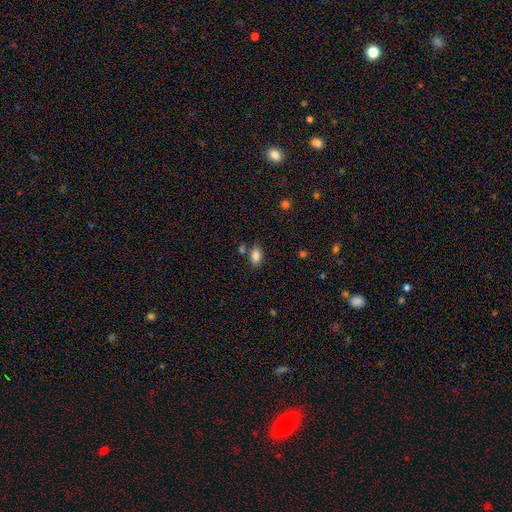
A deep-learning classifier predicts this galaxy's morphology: smooth 86%, star or artifact 9%, featured or disk 5%. Down the decision tree: how rounded — in between (90%); merging — none (73%).